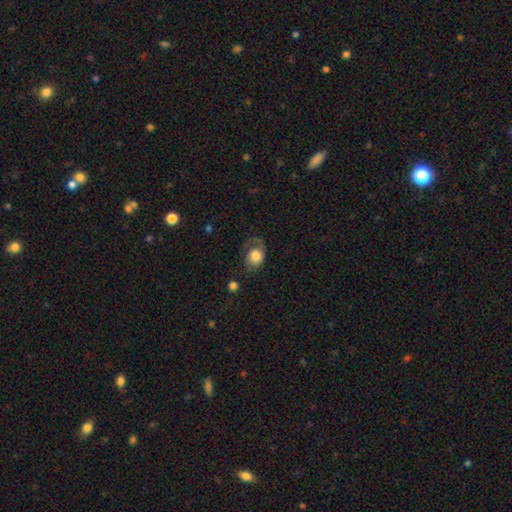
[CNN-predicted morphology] The model was most divided on "merging": none: 41%, major disturbance: 30%, minor disturbance: 25%, merger: 3%. More confident: smooth or featured — smooth (61%); how rounded — in between (57%).